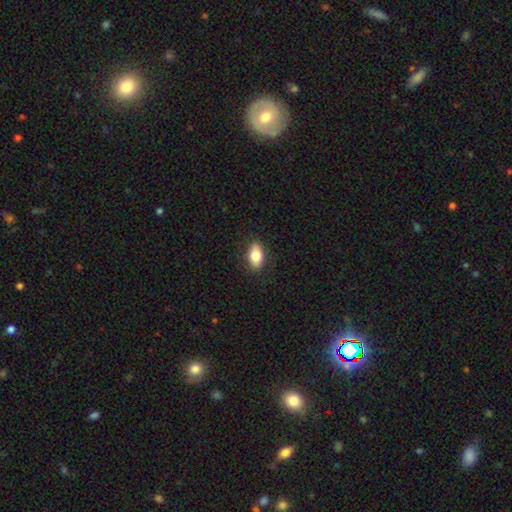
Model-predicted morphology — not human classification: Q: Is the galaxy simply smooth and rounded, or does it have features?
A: smooth — 80%.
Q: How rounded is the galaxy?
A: in between — 88%.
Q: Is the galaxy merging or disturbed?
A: none — 87%.